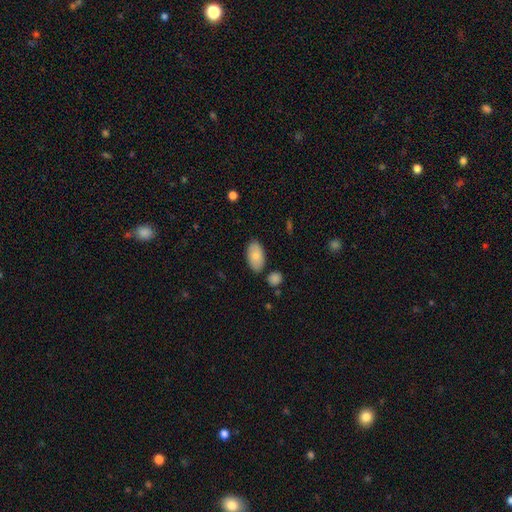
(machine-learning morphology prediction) Q: Smooth or featured?
A: smooth (82%); runner-up: featured or disk (12%)
Q: How rounded?
A: in between (95%); runner-up: round (3%)
Q: Merging?
A: none (80%); runner-up: minor disturbance (13%)